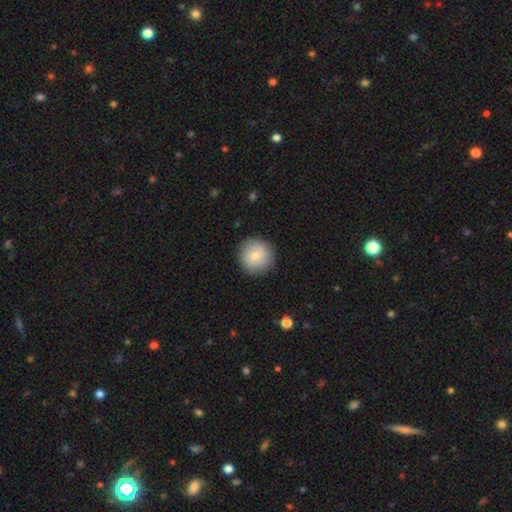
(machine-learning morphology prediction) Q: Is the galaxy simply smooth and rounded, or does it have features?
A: smooth — 78%.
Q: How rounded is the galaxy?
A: round — 95%.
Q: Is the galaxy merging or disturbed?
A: none — 89%.